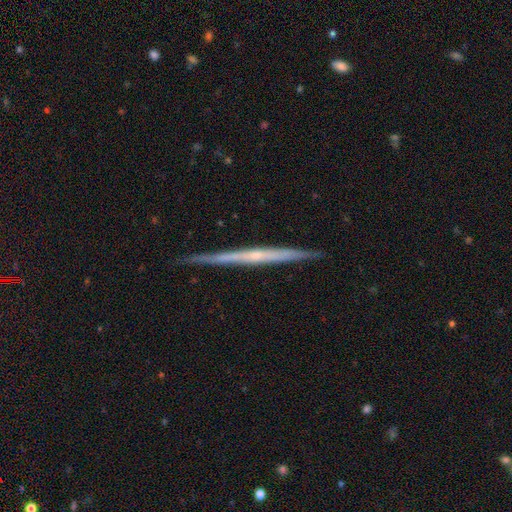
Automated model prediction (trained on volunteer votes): featured or disk 74%, smooth 20%, star or artifact 6%. Down the decision tree: edge-on disk — yes (98%); edge-on bulge — none (60%); merging — none (89%).